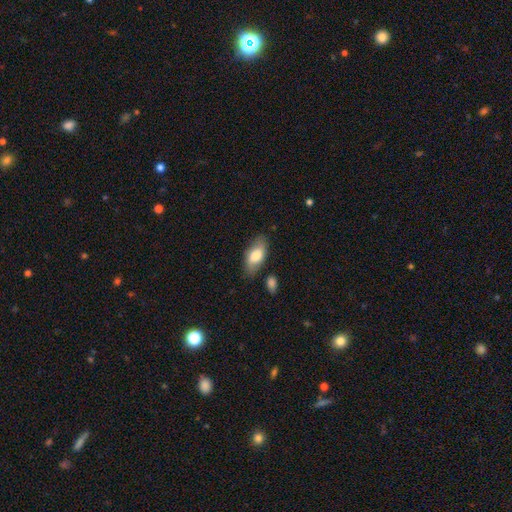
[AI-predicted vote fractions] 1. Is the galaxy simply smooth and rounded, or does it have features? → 74% smooth, 20% featured or disk, 6% star or artifact.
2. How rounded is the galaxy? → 90% in between, 6% cigar-shaped, 3% round.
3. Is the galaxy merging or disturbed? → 77% none, 15% minor disturbance, 4% major disturbance, 4% merger.